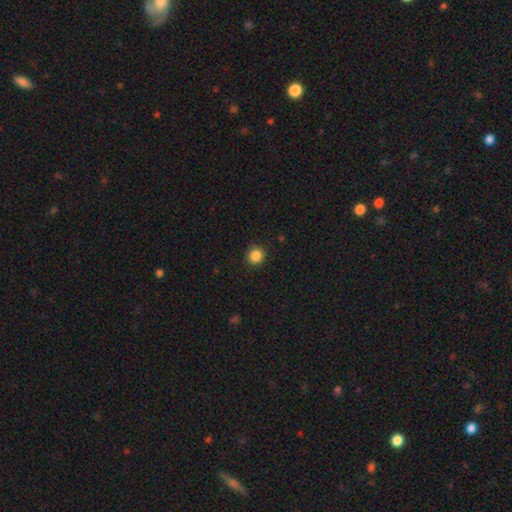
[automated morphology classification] Smooth or featured? Predicted: smooth (p=0.86). How rounded? Predicted: round (p=0.91). Merging? Predicted: none (p=0.91).